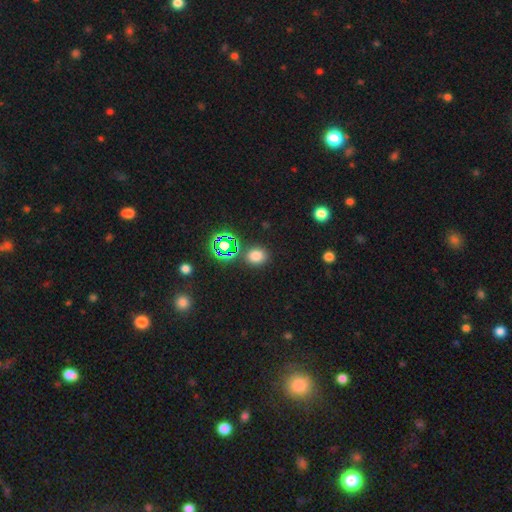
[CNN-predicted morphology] smooth-or-featured: smooth: 70% | star or artifact: 24% | featured or disk: 6%
  how-rounded: round: 62% | in between: 37% | cigar-shaped: 1%
  merging: none: 84% | minor disturbance: 9% | merger: 4% | major disturbance: 3%